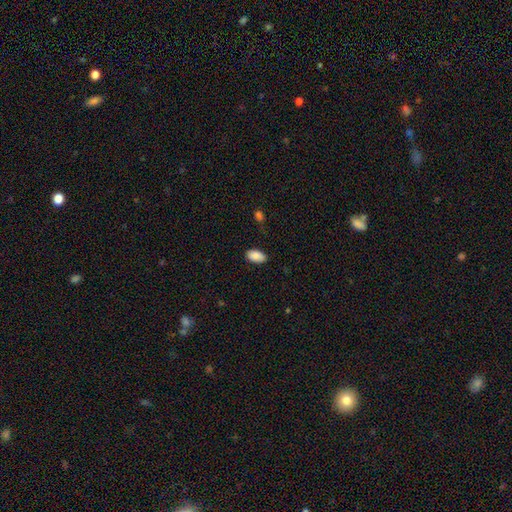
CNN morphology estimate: Overall: smooth (88%). How rounded: in between (95%). Merging: none (83%).